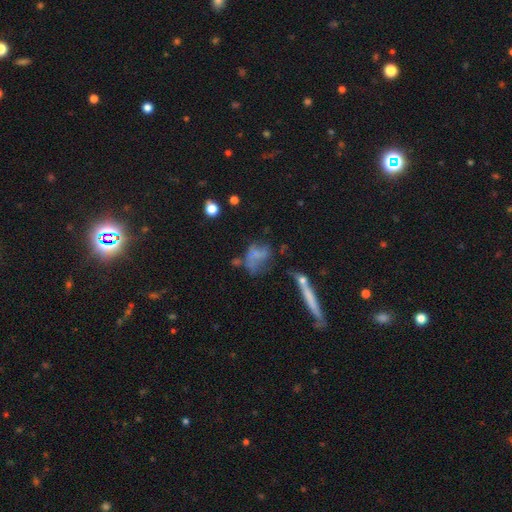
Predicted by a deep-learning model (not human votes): A smooth galaxy with no disk features (44%).

Vote fractions:
- Smooth or featured? smooth: 44% / featured or disk: 40% / star or artifact: 16%
- Merging? major disturbance: 31% (tied) / none: 31% (tied) / minor disturbance: 20% / merger: 17%